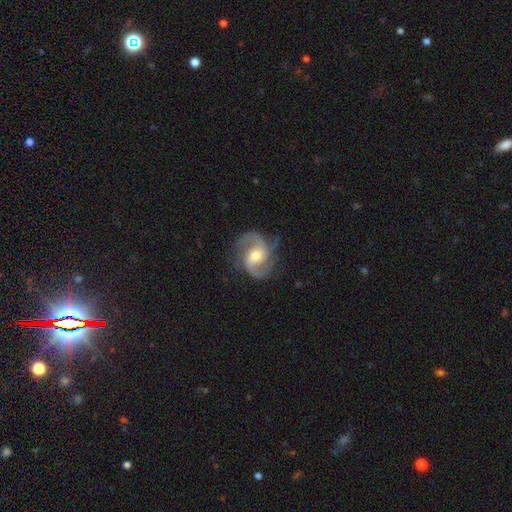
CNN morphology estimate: smooth_or_featured: featured or disk (p=0.90) [alt: smooth p=0.05]
disk_edge_on: no (p=0.98) [alt: yes p=0.02]
bar: no (p=0.44) [alt: weak p=0.42]
has_spiral_arms: yes (p=0.98) [alt: no p=0.02]
spiral_winding: medium (p=0.57) [alt: loose p=0.26]
spiral_arm_count: 2 (p=0.84) [alt: 3 p=0.08]
bulge_size: moderate (p=0.67) [alt: small p=0.26]
merging: none (p=0.77) [alt: minor disturbance p=0.15]